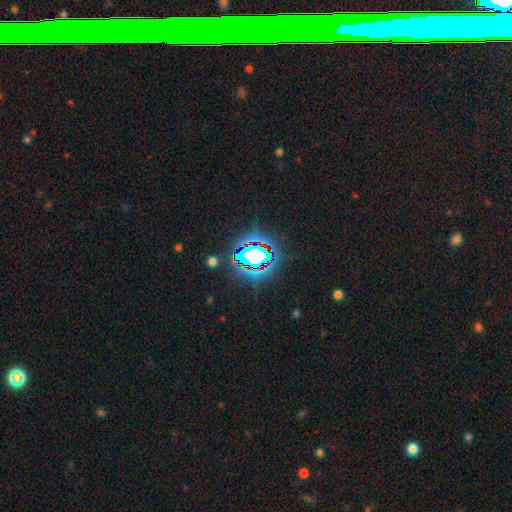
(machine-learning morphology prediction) Overall: star or artifact (65%).